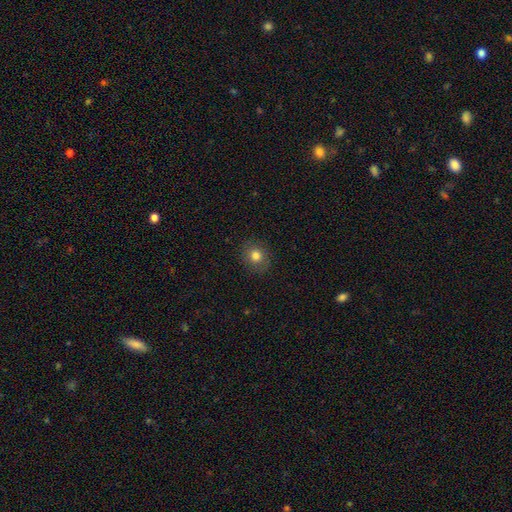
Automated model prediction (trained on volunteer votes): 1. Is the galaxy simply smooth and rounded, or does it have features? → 80% smooth, 11% star or artifact, 9% featured or disk.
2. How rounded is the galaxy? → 78% round, 21% in between, 1% cigar-shaped.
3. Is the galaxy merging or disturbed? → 88% none, 8% minor disturbance, 3% major disturbance, 1% merger.